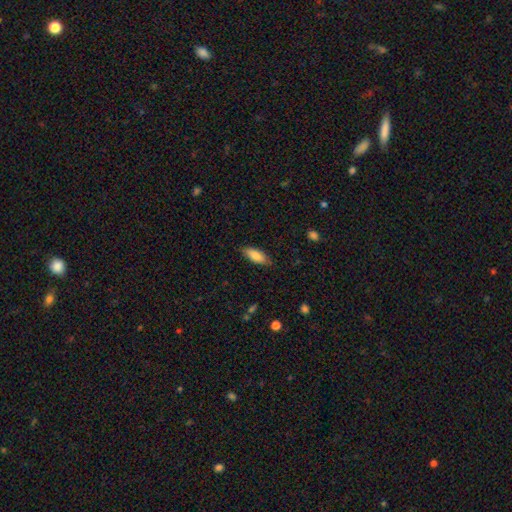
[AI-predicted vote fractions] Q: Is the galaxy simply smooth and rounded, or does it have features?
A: smooth — 84%.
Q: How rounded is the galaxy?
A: in between — 78%.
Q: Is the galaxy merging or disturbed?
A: none — 83%.